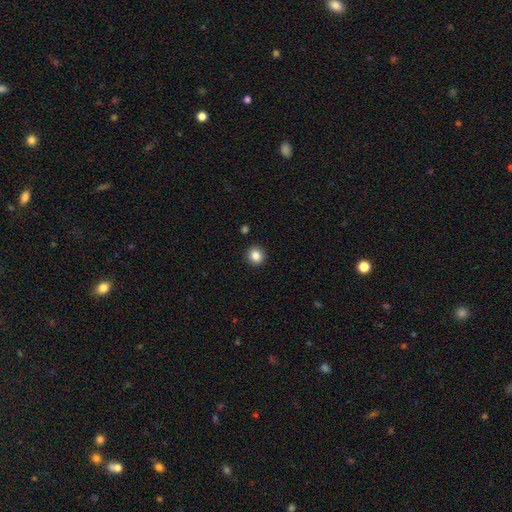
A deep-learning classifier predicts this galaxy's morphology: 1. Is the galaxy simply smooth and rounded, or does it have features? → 84% smooth, 10% star or artifact, 5% featured or disk.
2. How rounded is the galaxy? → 90% round, 9% in between, 1% cigar-shaped.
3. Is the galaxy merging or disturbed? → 92% none, 5% minor disturbance, 2% major disturbance, 1% merger.